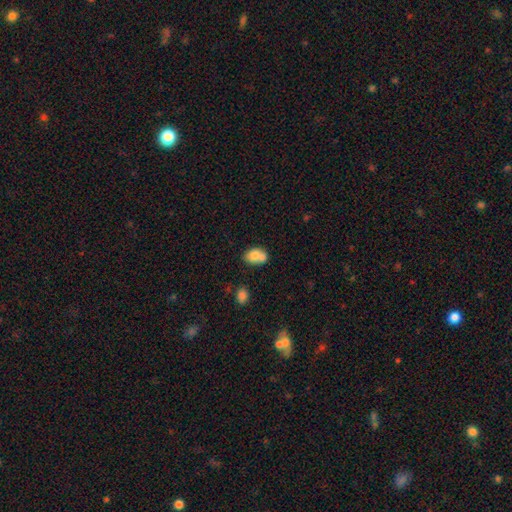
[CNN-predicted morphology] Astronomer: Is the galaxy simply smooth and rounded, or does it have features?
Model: smooth — 75%.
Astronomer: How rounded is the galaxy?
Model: in between — 67%.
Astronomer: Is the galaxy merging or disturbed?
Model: merger — 50% (runner-up: none, 34%).